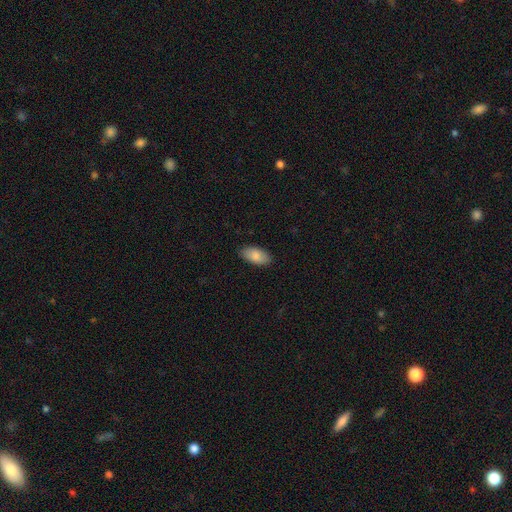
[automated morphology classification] Smooth or featured?
  - smooth: 85% *
  - featured or disk: 9%
  - star or artifact: 6%
How rounded?
  - in between: 94% *
  - cigar-shaped: 4%
  - round: 2%
Merging?
  - none: 88% *
  - minor disturbance: 9%
  - major disturbance: 2%
  - merger: 1%